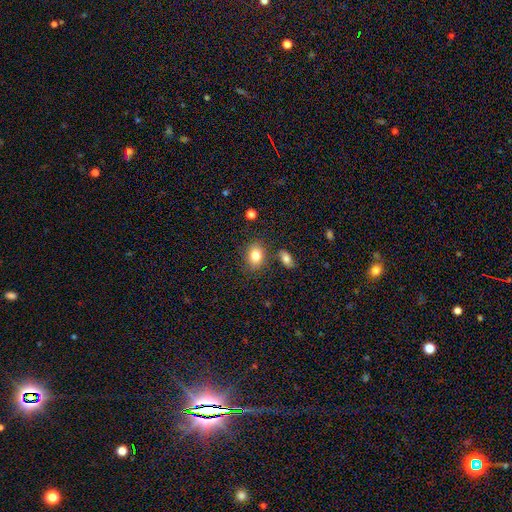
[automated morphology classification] A smooth galaxy with no disk features (82%) that is in between round and cigar-shaped (69%). Merging: none (77%).